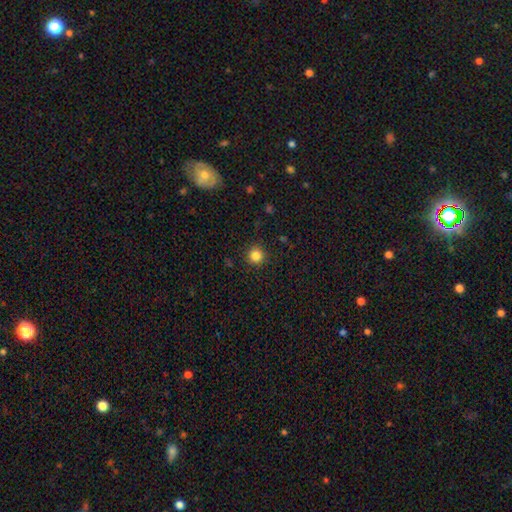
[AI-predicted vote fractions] Smooth or featured? smooth (84%)
How rounded? round (95%)
Merging? none (91%)